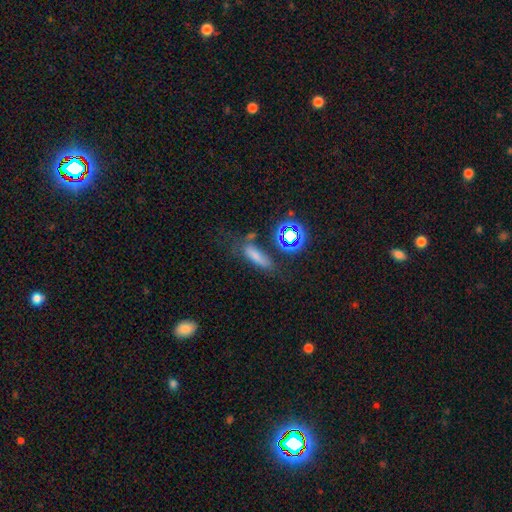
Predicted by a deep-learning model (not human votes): Smooth or featured? Predicted: smooth (p=0.66). How rounded? Predicted: cigar-shaped (p=0.46, tied with in between). Merging? Predicted: none (p=0.60).